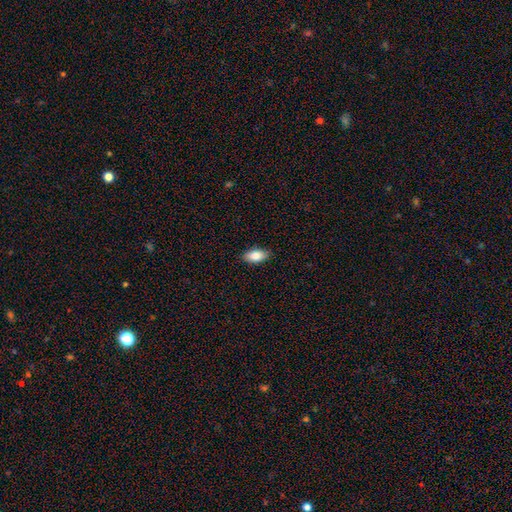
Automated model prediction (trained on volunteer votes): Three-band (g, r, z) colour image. It shows a smooth galaxy with no disk features (84%) that is in between round and cigar-shaped (92%). Merging: none (88%).